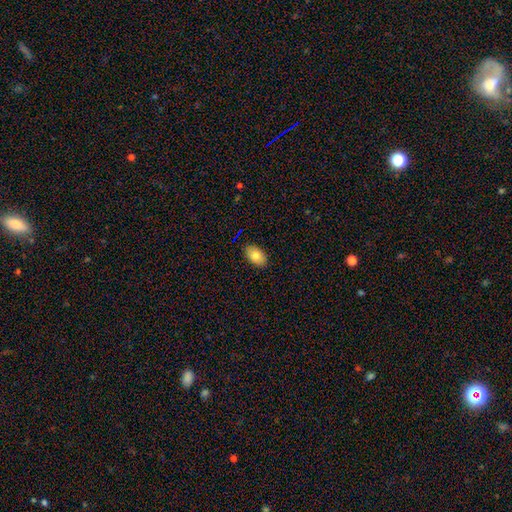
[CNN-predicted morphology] Q: Smooth or featured?
A: smooth (80%); runner-up: featured or disk (12%)
Q: How rounded?
A: in between (90%); runner-up: round (8%)
Q: Merging?
A: none (87%); runner-up: minor disturbance (10%)